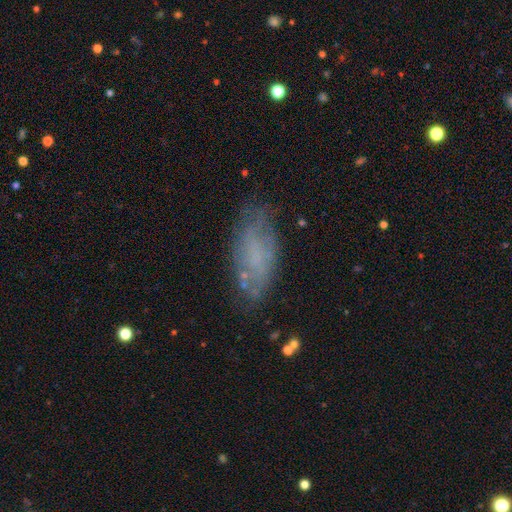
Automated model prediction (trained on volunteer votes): smooth_or_featured: smooth (p=0.47) [alt: featured or disk p=0.42]
merging: none (p=0.68) [alt: minor disturbance p=0.21]